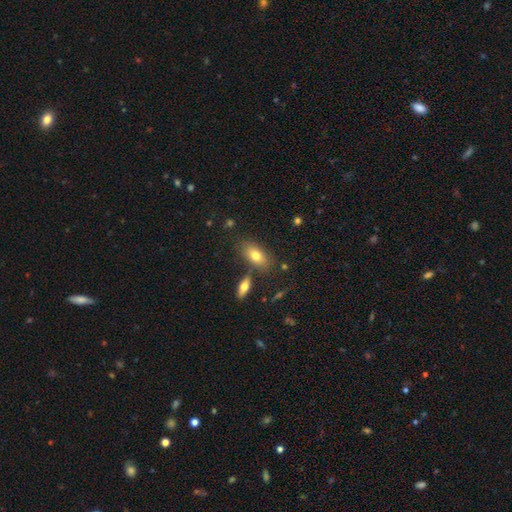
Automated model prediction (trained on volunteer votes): A smooth galaxy with no disk features (75%) that is in between round and cigar-shaped (88%).

Vote fractions:
- Smooth or featured? smooth: 75% / featured or disk: 17% / star or artifact: 8%
- How rounded? in between: 88% / round: 6% / cigar-shaped: 6%
- Merging? none: 73% / minor disturbance: 13% / merger: 11% / major disturbance: 4%